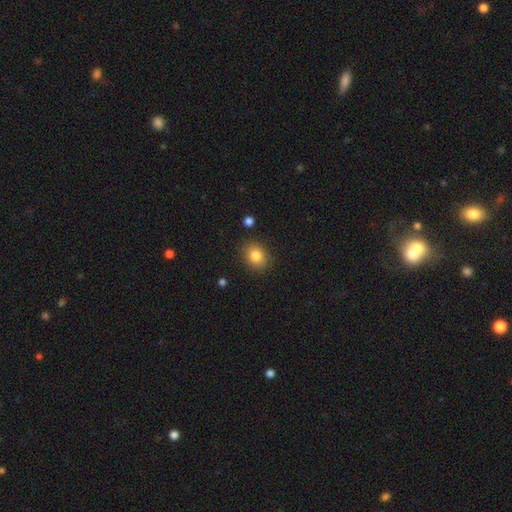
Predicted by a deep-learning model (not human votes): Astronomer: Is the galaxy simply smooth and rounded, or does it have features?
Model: smooth — 83%.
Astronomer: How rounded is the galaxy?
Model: round — 55% (runner-up: in between, 45%).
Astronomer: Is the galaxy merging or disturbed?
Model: none — 87%.